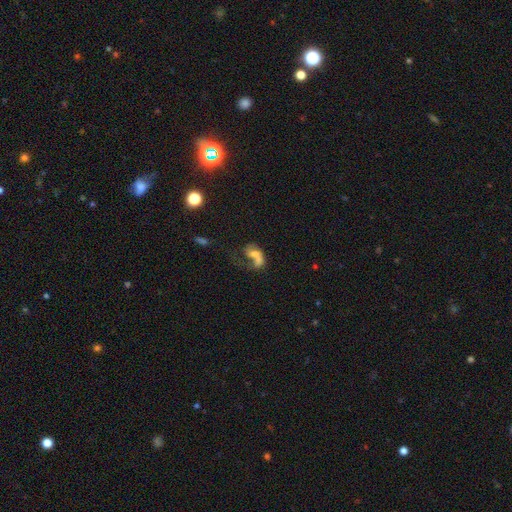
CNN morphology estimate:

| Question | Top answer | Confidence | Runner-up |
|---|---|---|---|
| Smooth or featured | featured or disk | 47% | smooth (40%) |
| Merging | merger | 47% | major disturbance (26%) |